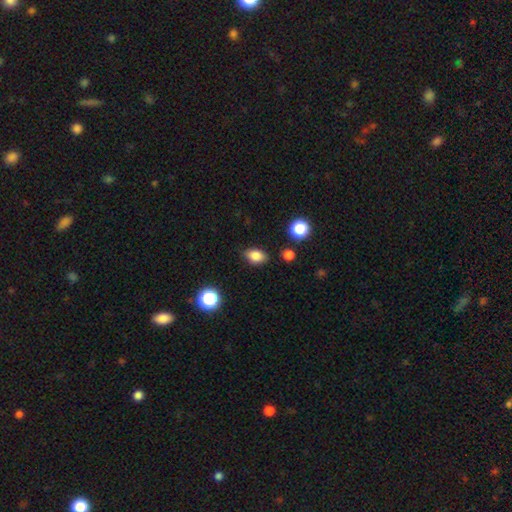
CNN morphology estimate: Overall: smooth (84%). How rounded: in between (82%). Merging: none (82%).